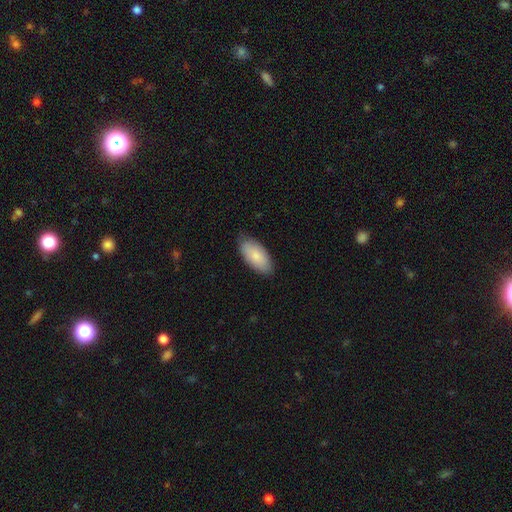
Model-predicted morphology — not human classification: smooth_or_featured: smooth (p=0.83) [alt: featured or disk p=0.11]
how_rounded: in between (p=0.92) [alt: cigar-shaped p=0.06]
merging: none (p=0.82) [alt: minor disturbance p=0.15]